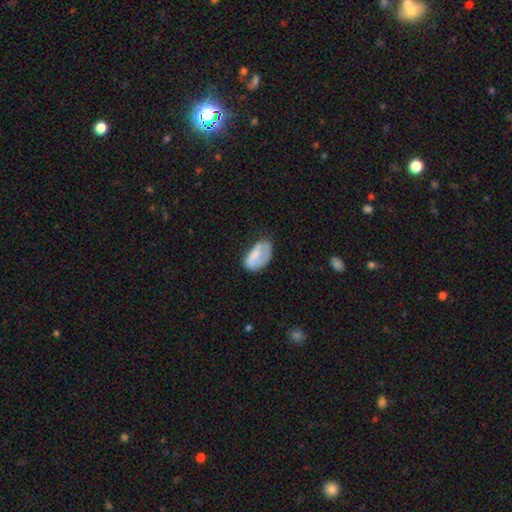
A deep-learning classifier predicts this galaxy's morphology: Smooth or featured? smooth (66%)
How rounded? in between (92%)
Merging? none (49%)